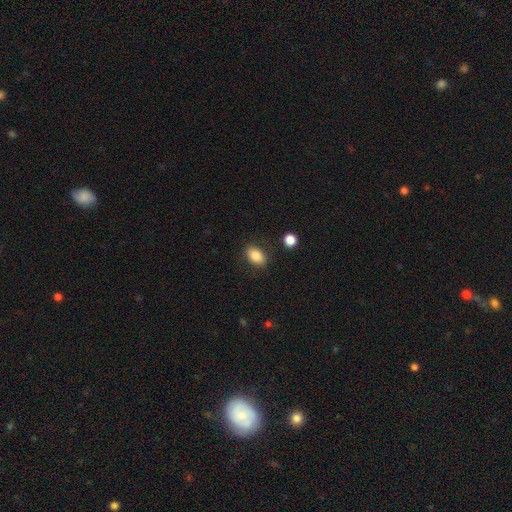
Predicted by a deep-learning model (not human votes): The model was most divided on "how rounded": in between: 83%, round: 15%, cigar-shaped: 2%. More confident: merging — none (84%); smooth or featured — smooth (84%).